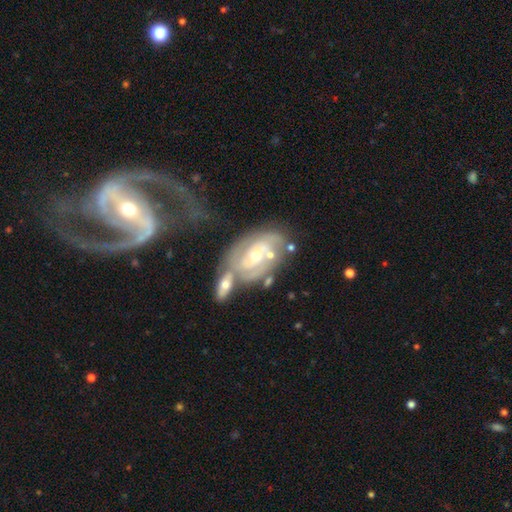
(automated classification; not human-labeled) featured or disk 83%, smooth 11%, star or artifact 7%. Down the decision tree: edge-on disk — no (95%); bar — no (58%); spiral arms — yes (89%); spiral arm count — can't tell (37%); spiral winding — tight (61%); bulge size — moderate (53%); merging — merger (33%, tied with none).